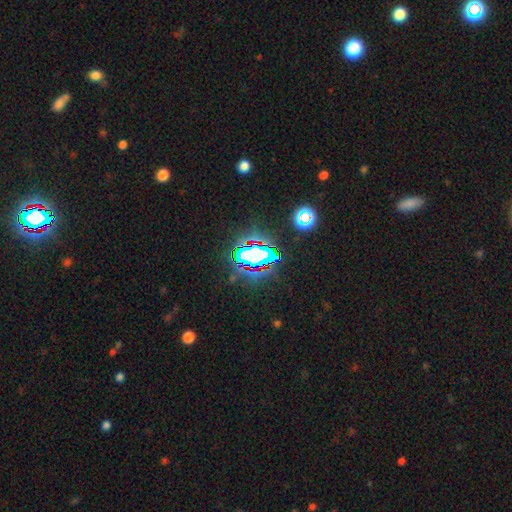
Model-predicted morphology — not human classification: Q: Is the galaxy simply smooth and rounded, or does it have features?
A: star or artifact — 65%.